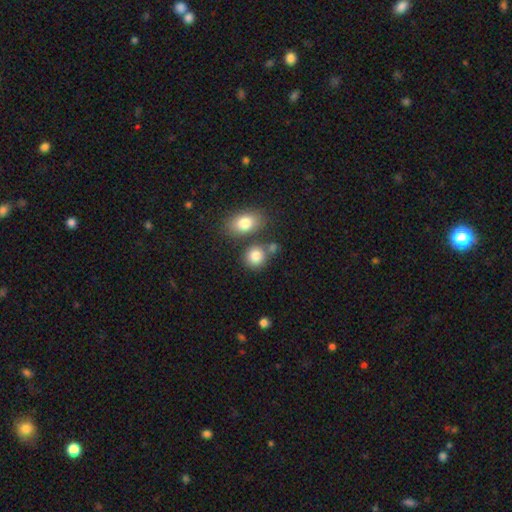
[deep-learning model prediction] A smooth galaxy with no disk features (82%) that is round (72%). Merging: none (64%).